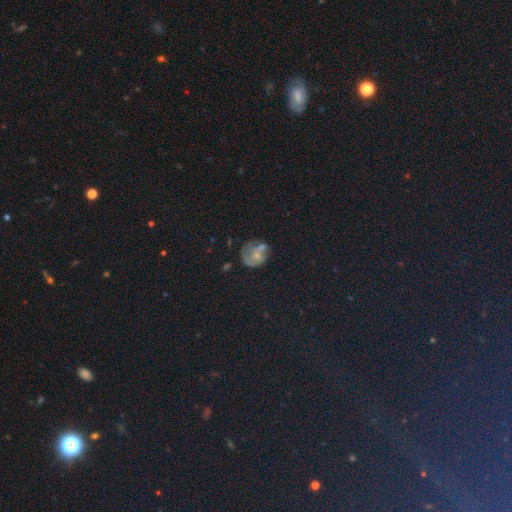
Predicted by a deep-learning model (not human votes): Overall: smooth (41%, tied with featured or disk). Merging: none (37%; minor disturbance 22%).